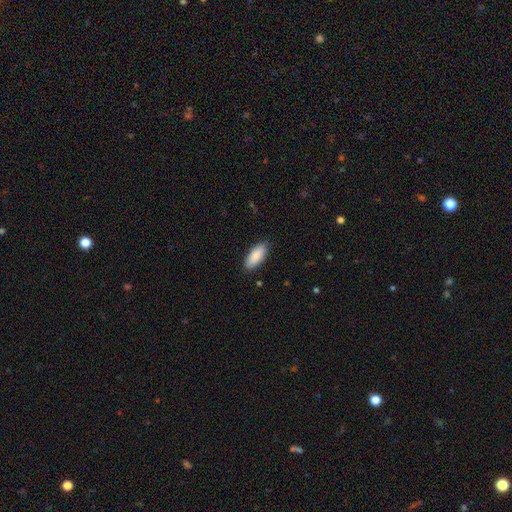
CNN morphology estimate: The model was most divided on "how rounded": in between: 83%, cigar-shaped: 15%, round: 2%. More confident: smooth or featured — smooth (89%); merging — none (87%).